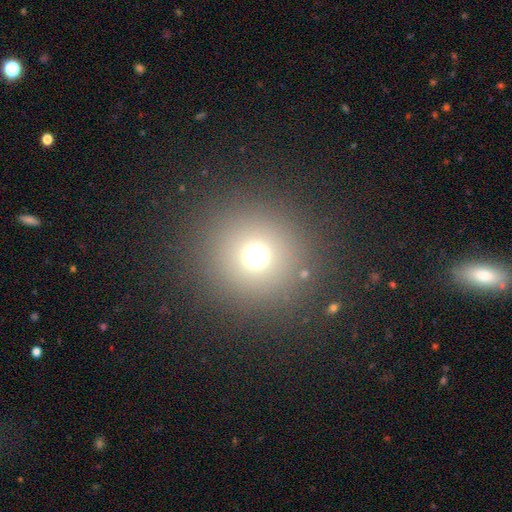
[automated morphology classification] Q: Smooth or featured?
A: smooth (66%); runner-up: star or artifact (26%)
Q: How rounded?
A: round (92%); runner-up: in between (7%)
Q: Merging?
A: none (86%); runner-up: minor disturbance (6%)